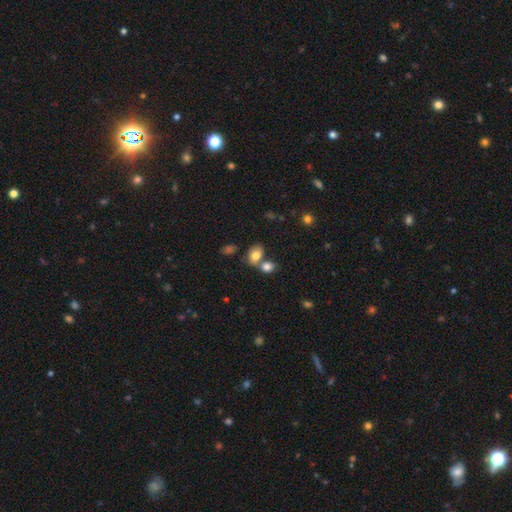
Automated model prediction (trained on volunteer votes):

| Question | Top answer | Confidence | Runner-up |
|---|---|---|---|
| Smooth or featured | smooth | 78% | featured or disk (12%) |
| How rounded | in between | 67% | round (32%) |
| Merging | none | 43% | merger (41%) |